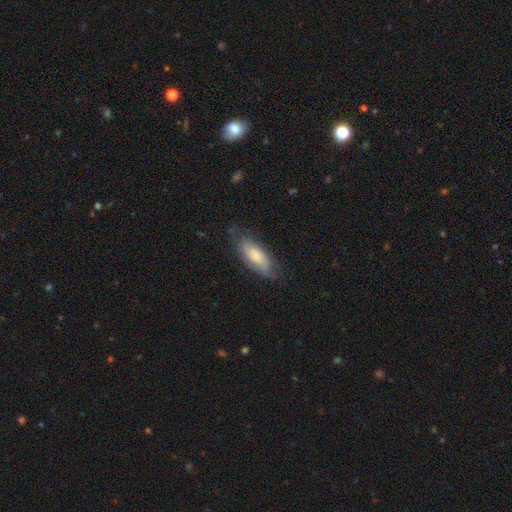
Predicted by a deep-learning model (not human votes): smooth_or_featured: smooth (p=0.63) [alt: featured or disk p=0.30]
how_rounded: in between (p=0.76) [alt: cigar-shaped p=0.22]
merging: none (p=0.66) [alt: minor disturbance p=0.25]